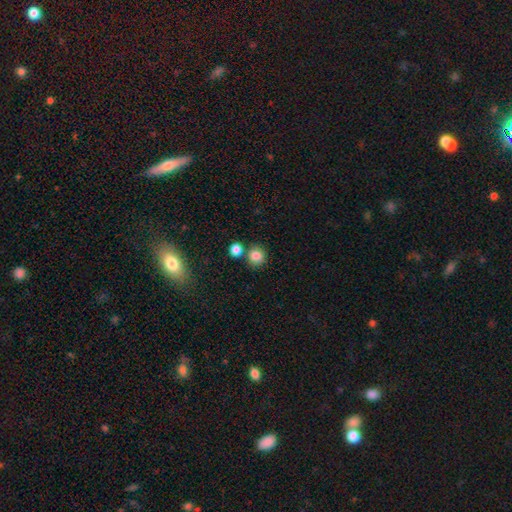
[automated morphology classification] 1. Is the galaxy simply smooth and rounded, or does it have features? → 83% smooth, 11% star or artifact, 6% featured or disk.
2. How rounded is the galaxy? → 89% round, 10% in between, 1% cigar-shaped.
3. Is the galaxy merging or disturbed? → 72% none, 16% merger, 9% minor disturbance, 3% major disturbance.